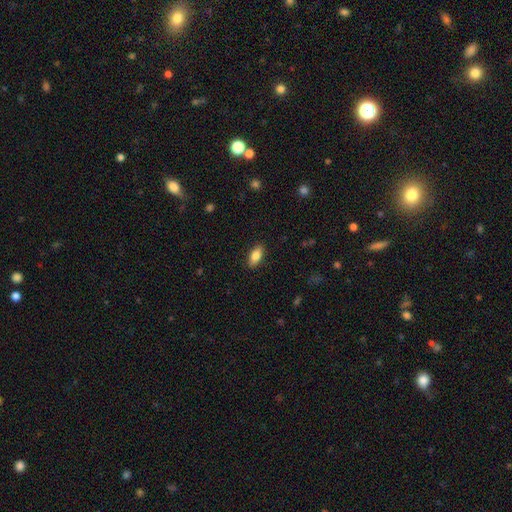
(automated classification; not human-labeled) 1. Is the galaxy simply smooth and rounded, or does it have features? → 85% smooth, 8% featured or disk, 7% star or artifact.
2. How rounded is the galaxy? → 88% in between, 9% cigar-shaped, 3% round.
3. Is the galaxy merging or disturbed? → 89% none, 8% minor disturbance, 2% major disturbance, 1% merger.